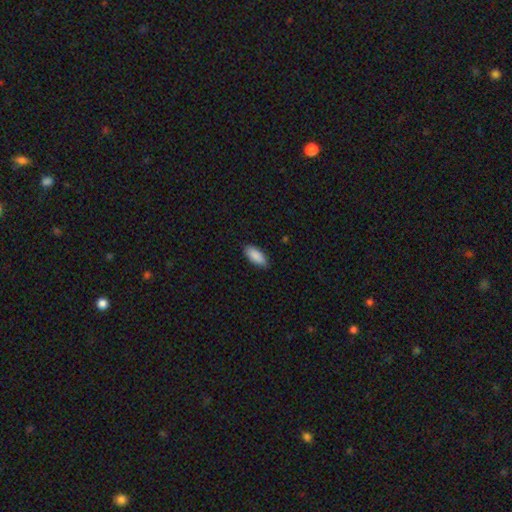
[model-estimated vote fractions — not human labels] smooth 90%, star or artifact 6%, featured or disk 4%. Down the decision tree: how rounded — in between (87%); merging — none (87%).